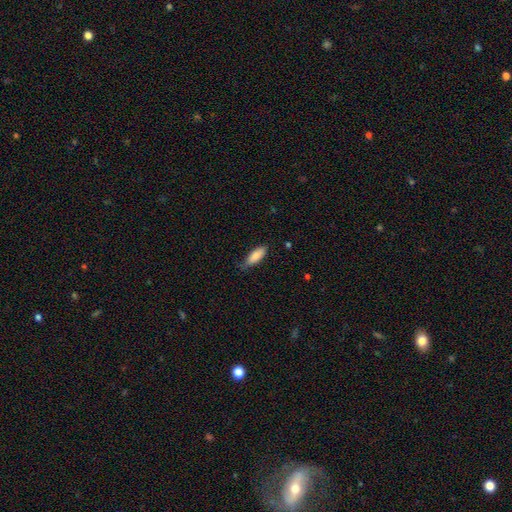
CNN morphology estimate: This is clearly a smooth galaxy (85%). How rounded: likely in between (68%). Merging: likely none (71%).